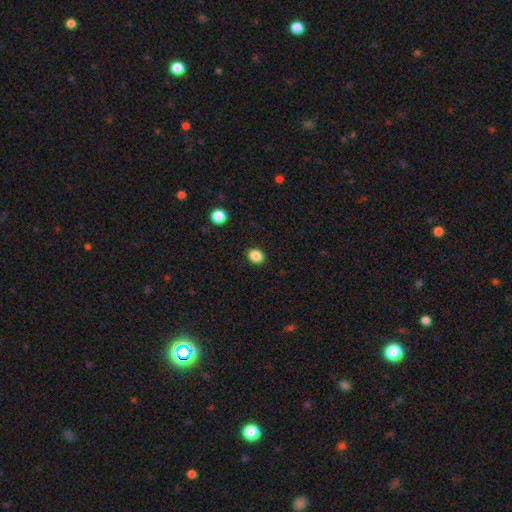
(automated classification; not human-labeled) smooth_or_featured: smooth (p=0.87) [alt: star or artifact p=0.11]
how_rounded: round (p=0.66) [alt: in between p=0.34]
merging: none (p=0.91) [alt: minor disturbance p=0.06]